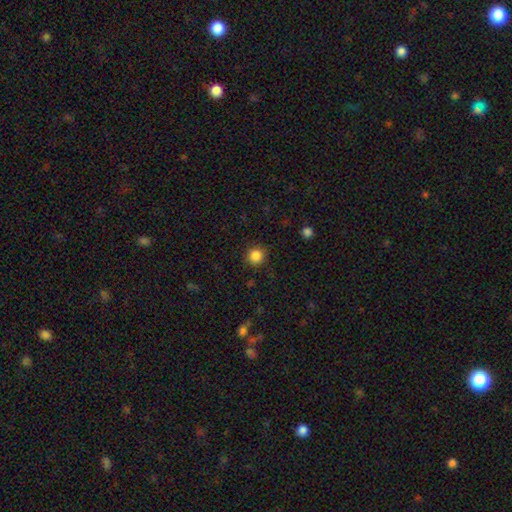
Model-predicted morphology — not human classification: Q: Smooth or featured?
A: smooth (86%); runner-up: star or artifact (11%)
Q: How rounded?
A: round (94%); runner-up: in between (5%)
Q: Merging?
A: none (90%); runner-up: minor disturbance (7%)